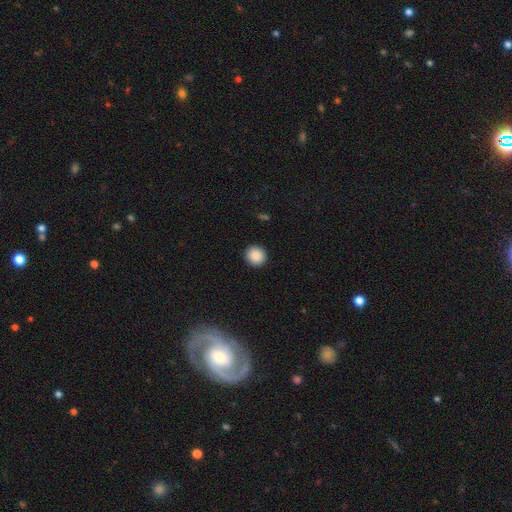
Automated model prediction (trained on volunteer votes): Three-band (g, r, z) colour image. It shows a smooth galaxy with no disk features (89%) that is round (90%). Merging: none (92%).